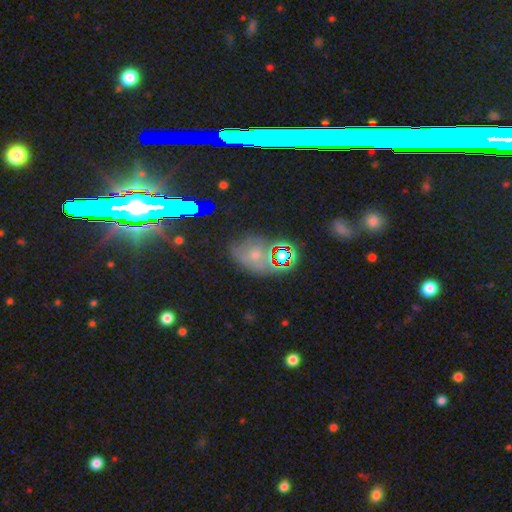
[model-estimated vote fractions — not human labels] Smooth or featured? Predicted: star or artifact (p=0.39).